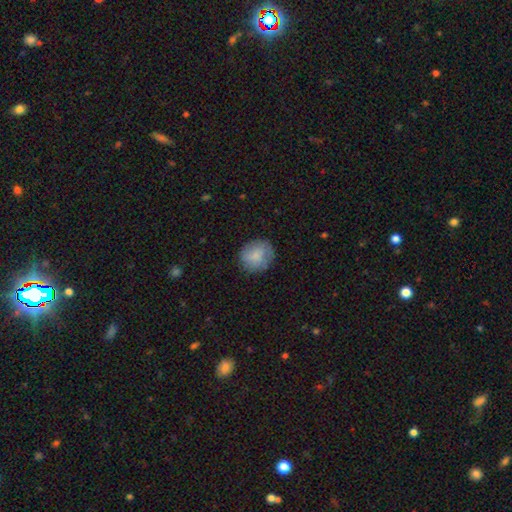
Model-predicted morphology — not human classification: type=smooth (79%); roundness=round (78%); merging=none (79%).